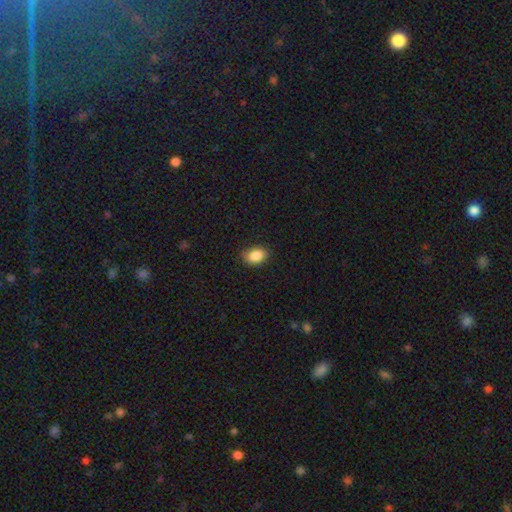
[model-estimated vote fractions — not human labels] The model was most divided on "how rounded": in between: 80%, round: 19%, cigar-shaped: 1%. More confident: smooth or featured — smooth (88%); merging — none (83%).